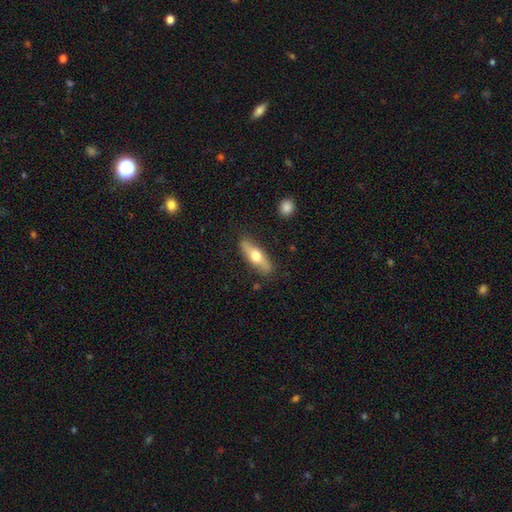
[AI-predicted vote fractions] Smooth or featured: smooth — 54% (featured or disk — 40%)
How rounded: cigar-shaped — 53% (in between — 44%)
Merging: none — 83% (minor disturbance — 12%)